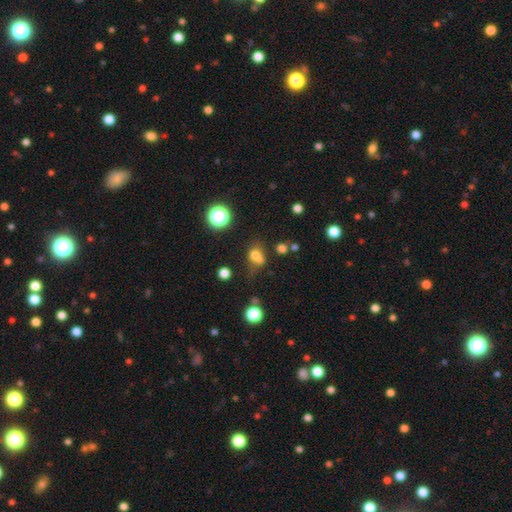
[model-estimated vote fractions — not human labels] A smooth galaxy with no disk features (71%) that is round (57%). Merging: none (41%).